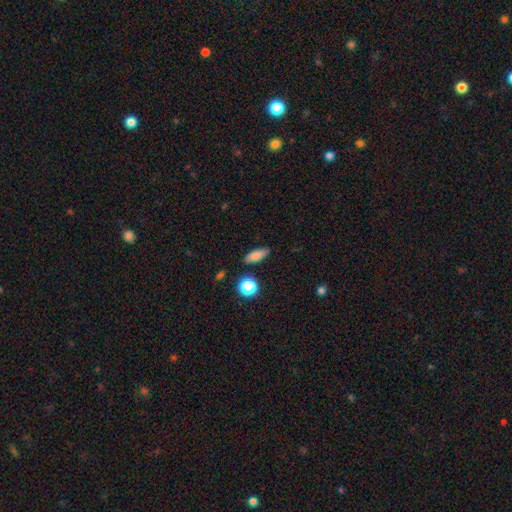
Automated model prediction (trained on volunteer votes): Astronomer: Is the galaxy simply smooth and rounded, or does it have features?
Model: smooth — 81%.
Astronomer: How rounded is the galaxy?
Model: in between — 66%.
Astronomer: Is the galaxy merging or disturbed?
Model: none — 85%.